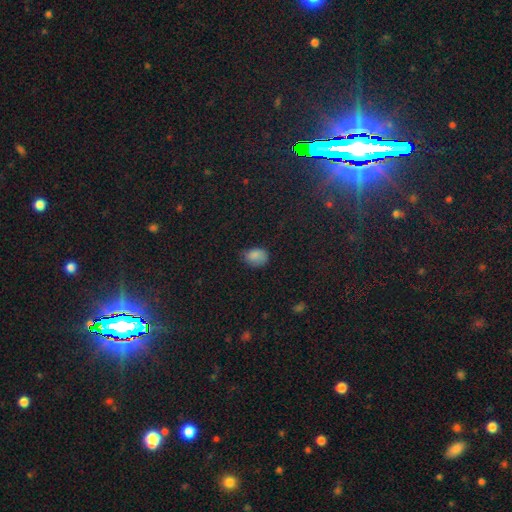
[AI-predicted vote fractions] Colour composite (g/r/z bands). It shows a smooth galaxy with no disk features (82%) that is in between round and cigar-shaped (66%). Merging: none (57%).